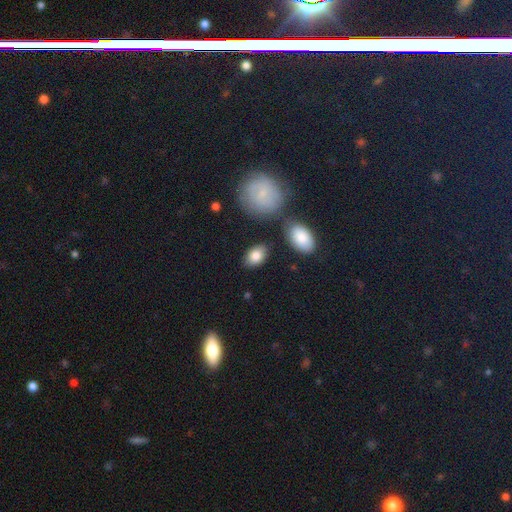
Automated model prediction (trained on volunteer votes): A smooth galaxy with no disk features (83%) that is in between round and cigar-shaped (85%).

Vote fractions:
- Smooth or featured? smooth: 83% / featured or disk: 10% / star or artifact: 7%
- How rounded? in between: 85% / round: 13% / cigar-shaped: 1%
- Merging? none: 81% / minor disturbance: 12% / merger: 4% / major disturbance: 3%